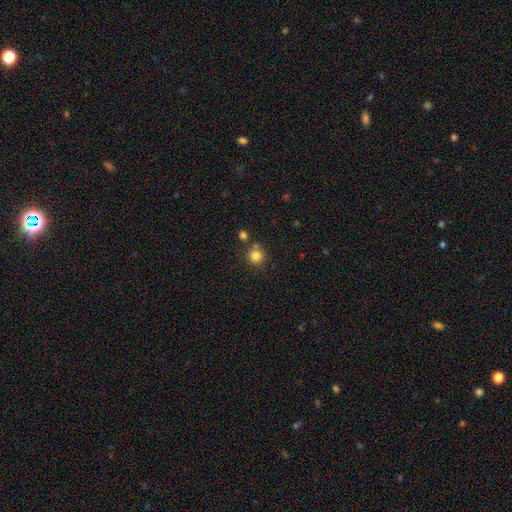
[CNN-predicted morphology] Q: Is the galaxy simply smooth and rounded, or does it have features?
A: smooth — 81%.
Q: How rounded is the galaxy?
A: round — 94%.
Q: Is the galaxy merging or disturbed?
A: none — 75%.